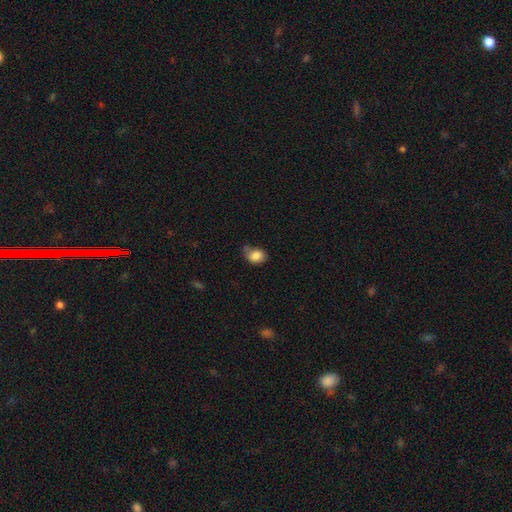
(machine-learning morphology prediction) This appears to be a smooth galaxy with no disk features (84%) that is in between round and cigar-shaped (63%). Merging: none (50%).